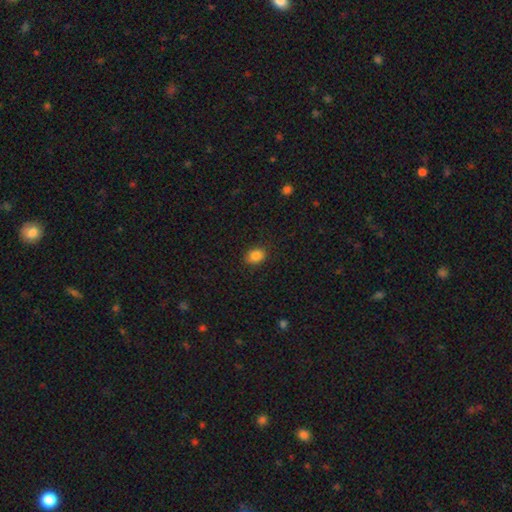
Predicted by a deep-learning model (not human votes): smooth-or-featured: smooth: 86% | star or artifact: 10% | featured or disk: 4%
  how-rounded: in between: 56% | round: 43% | cigar-shaped: 1%
  merging: none: 85% | minor disturbance: 12% | major disturbance: 3% | merger: 1%